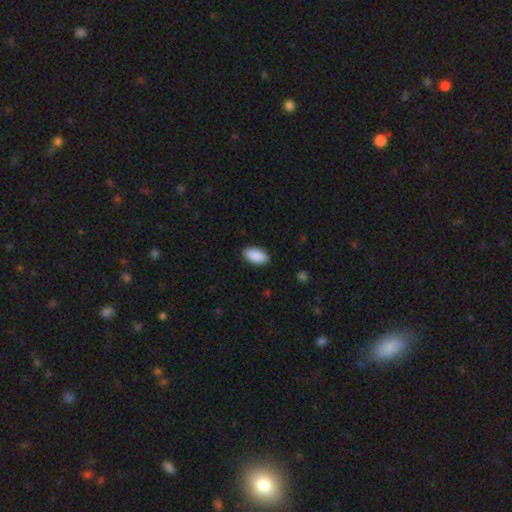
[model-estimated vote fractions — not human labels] A smooth galaxy with no disk features (91%) that is in between round and cigar-shaped (95%).

Vote fractions:
- Smooth or featured? smooth: 91% / star or artifact: 6% / featured or disk: 3%
- How rounded? in between: 95% / round: 3% / cigar-shaped: 2%
- Merging? none: 89% / minor disturbance: 8% / major disturbance: 2% / merger: 1%